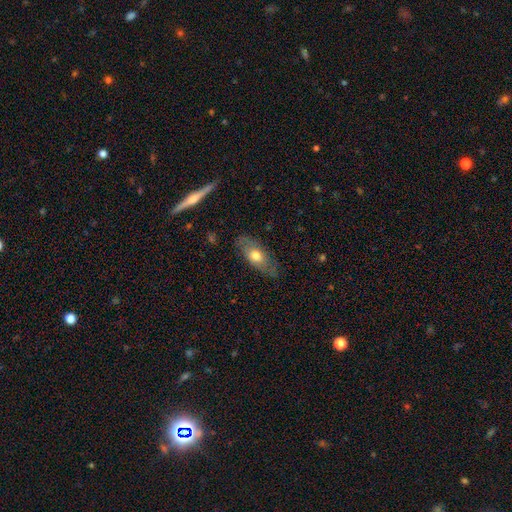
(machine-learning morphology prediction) This appears to be a smooth galaxy with no disk features (61%) that is in between round and cigar-shaped (82%). Merging: none (75%).